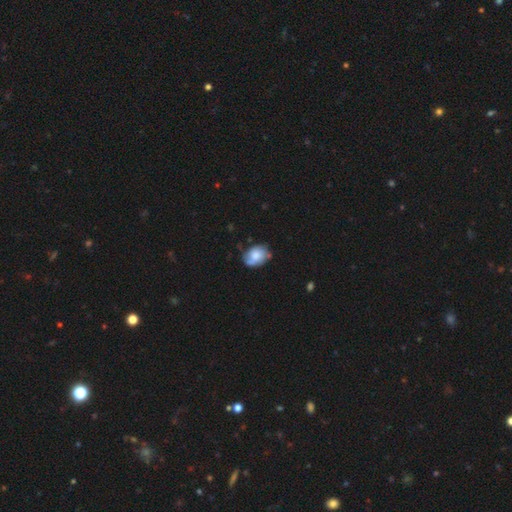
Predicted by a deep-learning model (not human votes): smooth_or_featured: smooth (p=0.57) [alt: featured or disk p=0.36]
how_rounded: in between (p=0.65) [alt: round p=0.34]
merging: none (p=0.58) [alt: minor disturbance p=0.30]